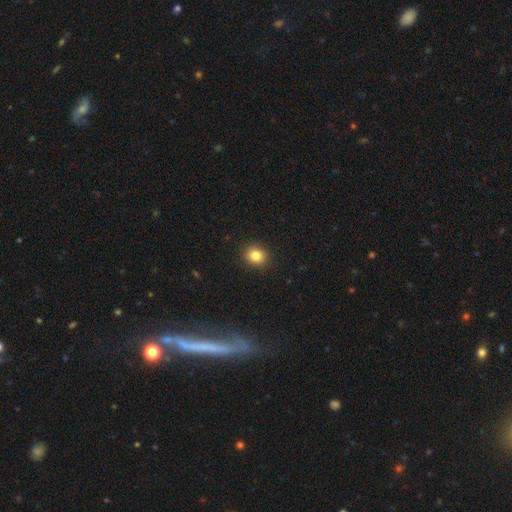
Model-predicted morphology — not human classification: Overall: smooth (83%). How rounded: round (72%). Merging: none (91%).